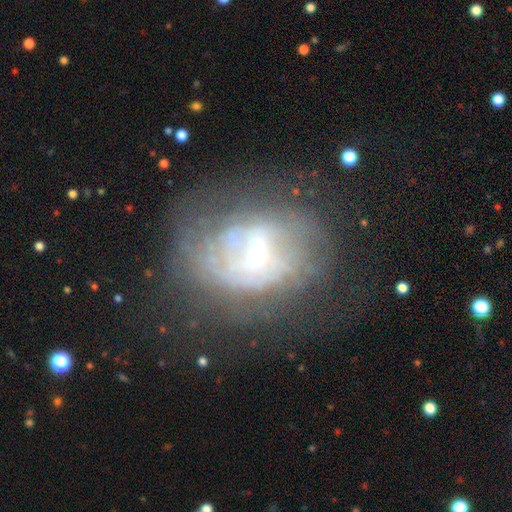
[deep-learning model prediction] Q: Smooth or featured?
A: featured or disk (69%); runner-up: smooth (19%)
Q: Edge-on disk?
A: no (96%); runner-up: yes (4%)
Q: Bar?
A: weak (48%); runner-up: no (30%)
Q: Spiral arms?
A: yes (55%); runner-up: no (45%)
Q: Bulge size?
A: small (45%); runner-up: moderate (37%)
Q: Merging?
A: none (44%); runner-up: major disturbance (29%)